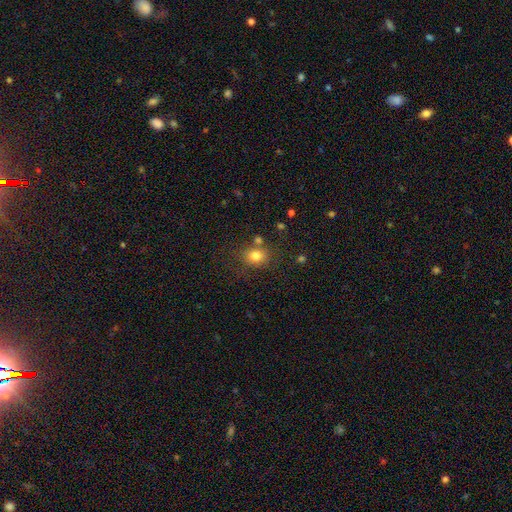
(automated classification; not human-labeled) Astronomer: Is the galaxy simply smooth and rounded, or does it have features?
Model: smooth — 80%.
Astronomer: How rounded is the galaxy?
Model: round — 57% (runner-up: in between, 42%).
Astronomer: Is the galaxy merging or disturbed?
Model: none — 69%.